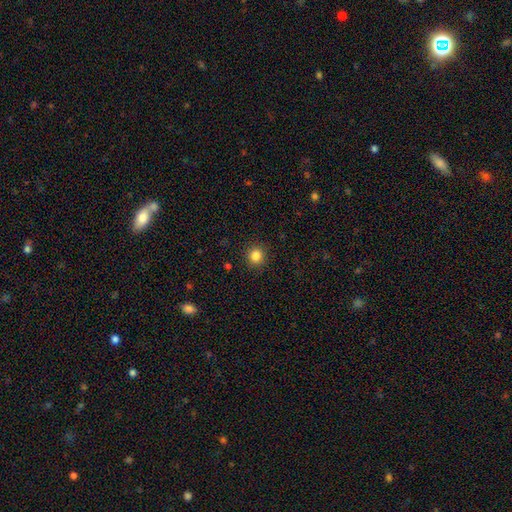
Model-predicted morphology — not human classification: Smooth or featured? smooth (84%)
How rounded? round (91%)
Merging? none (91%)